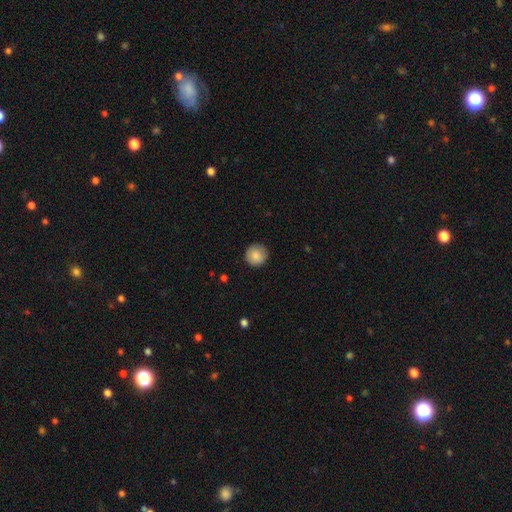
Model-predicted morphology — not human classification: Overall: smooth (85%). How rounded: round (95%). Merging: none (88%).